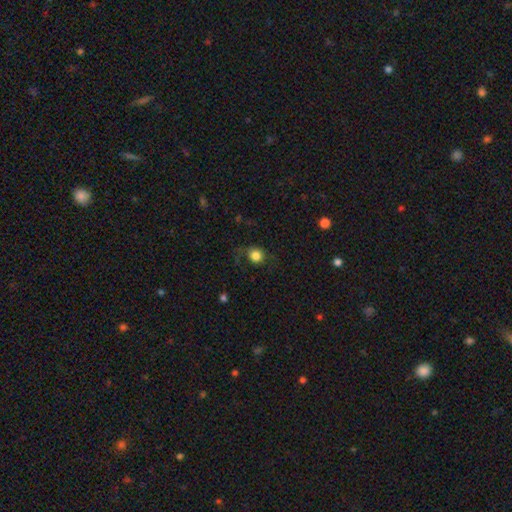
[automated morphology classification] Smooth or featured? Predicted: smooth (p=0.81). How rounded? Predicted: round (p=0.80). Merging? Predicted: none (p=0.64).